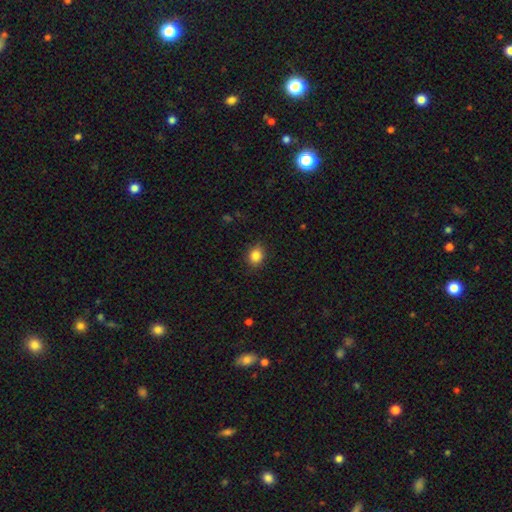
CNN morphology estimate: The model was most divided on "how rounded": round: 61%, in between: 38%, cigar-shaped: 1%. More confident: merging — none (86%); smooth or featured — smooth (85%).